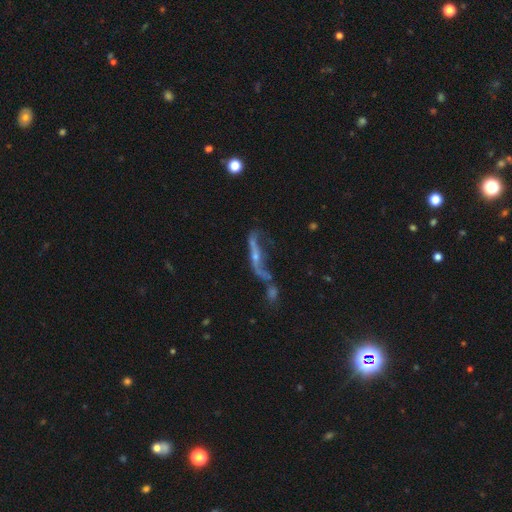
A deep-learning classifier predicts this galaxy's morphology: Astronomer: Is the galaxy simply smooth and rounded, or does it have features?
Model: featured or disk — 69%.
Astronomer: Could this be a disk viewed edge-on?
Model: no — 52% (runner-up: yes, 48%).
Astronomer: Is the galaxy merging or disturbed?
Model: merger — 37% (runner-up: major disturbance, 25%).